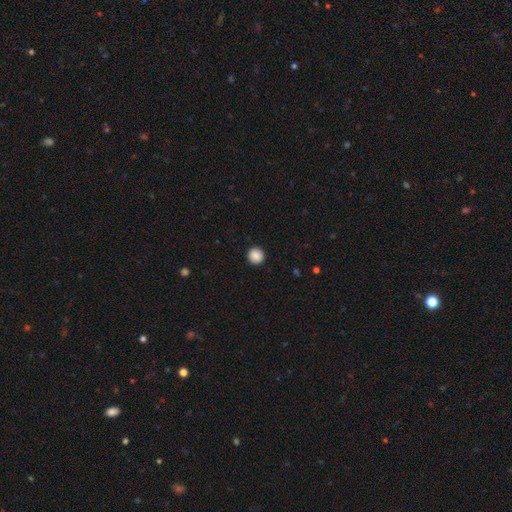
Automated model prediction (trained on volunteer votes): This appears to be a smooth galaxy with no disk features (87%) that is round (95%). Merging: none (93%).